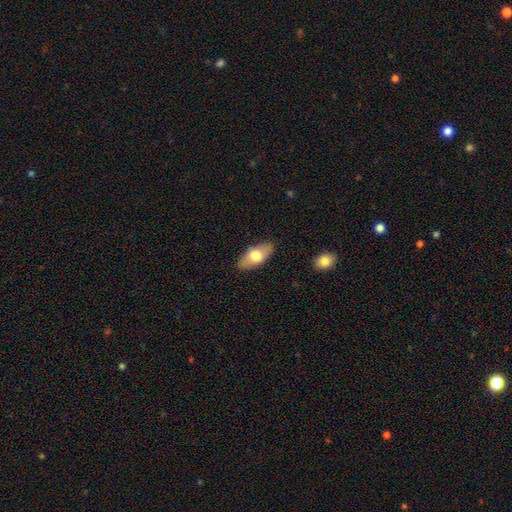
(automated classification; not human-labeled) smooth 65%, featured or disk 29%, star or artifact 6%. Down the decision tree: how rounded — in between (87%); merging — none (86%).